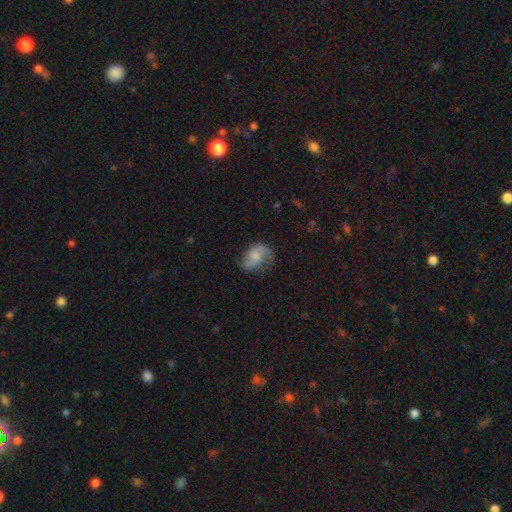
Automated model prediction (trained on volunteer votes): Morphology: type=featured or disk (51%); edge-on=no (97%); merging=none (49%).